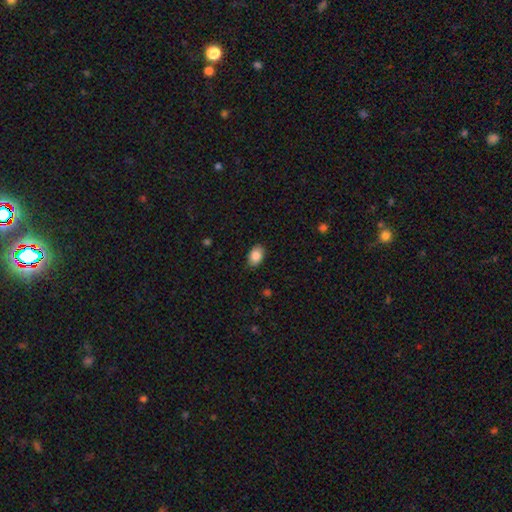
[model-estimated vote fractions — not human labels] Smooth or featured?
  - smooth: 87% *
  - star or artifact: 7%
  - featured or disk: 5%
How rounded?
  - in between: 86% *
  - round: 13%
  - cigar-shaped: 1%
Merging?
  - none: 86% *
  - minor disturbance: 11%
  - major disturbance: 2%
  - merger: 1%